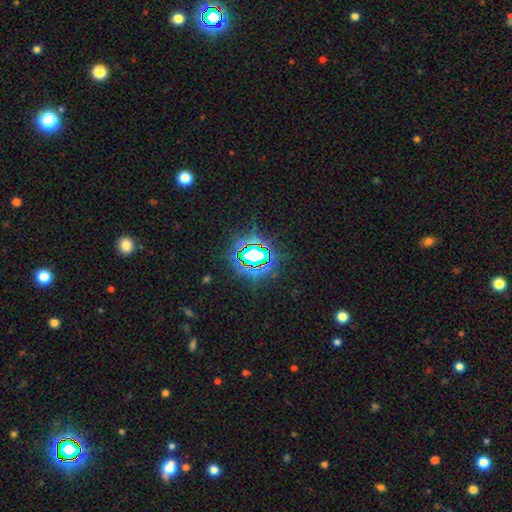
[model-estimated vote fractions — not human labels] smooth-or-featured: star or artifact: 77% | smooth: 14% | featured or disk: 10%